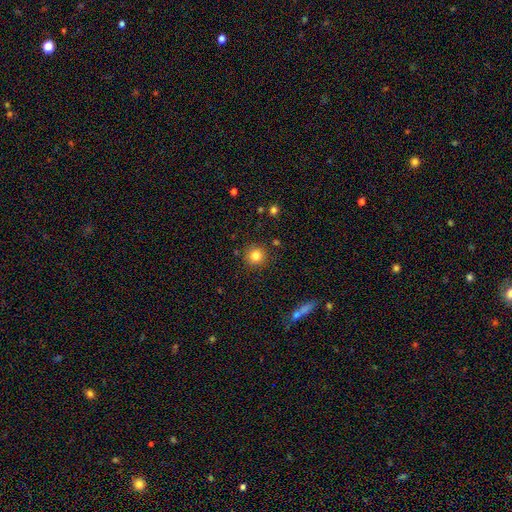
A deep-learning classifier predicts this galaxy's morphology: A smooth galaxy with no disk features (82%) that is round (94%). Merging: none (88%).